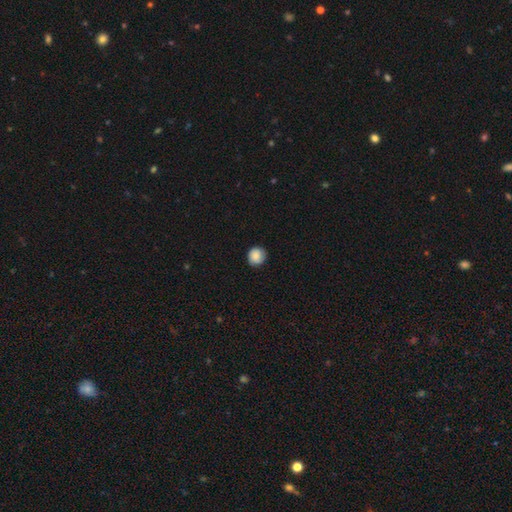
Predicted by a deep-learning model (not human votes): Smooth or featured? smooth (80%)
How rounded? round (91%)
Merging? none (84%)